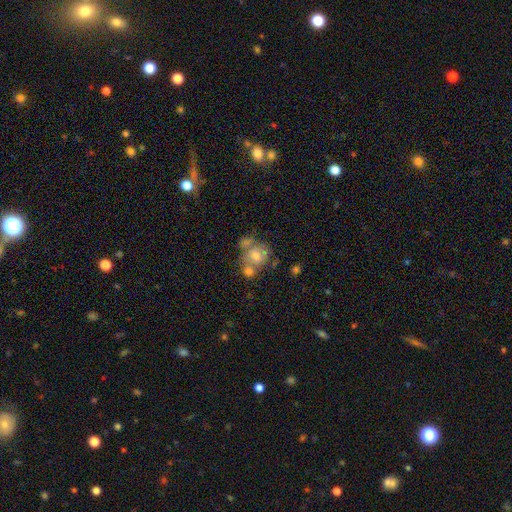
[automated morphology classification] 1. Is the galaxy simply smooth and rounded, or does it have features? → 52% smooth, 35% featured or disk, 13% star or artifact.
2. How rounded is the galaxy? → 66% round, 33% in between, 1% cigar-shaped.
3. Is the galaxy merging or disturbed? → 39% merger, 36% none, 15% minor disturbance, 9% major disturbance.